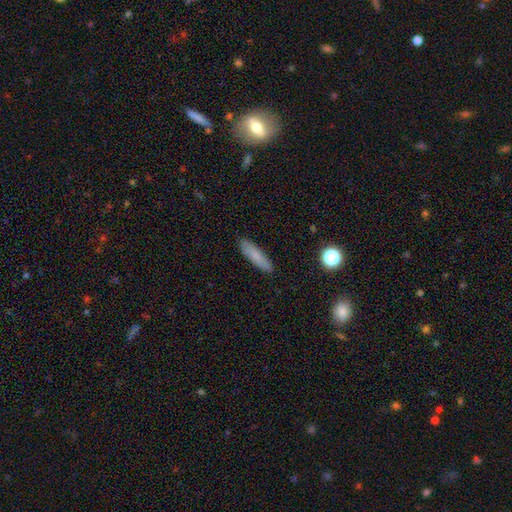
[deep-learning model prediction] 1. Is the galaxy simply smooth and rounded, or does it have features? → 78% smooth, 14% featured or disk, 8% star or artifact.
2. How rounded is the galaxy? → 74% cigar-shaped, 24% in between, 2% round.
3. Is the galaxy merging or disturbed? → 88% none, 9% minor disturbance, 2% major disturbance, 1% merger.